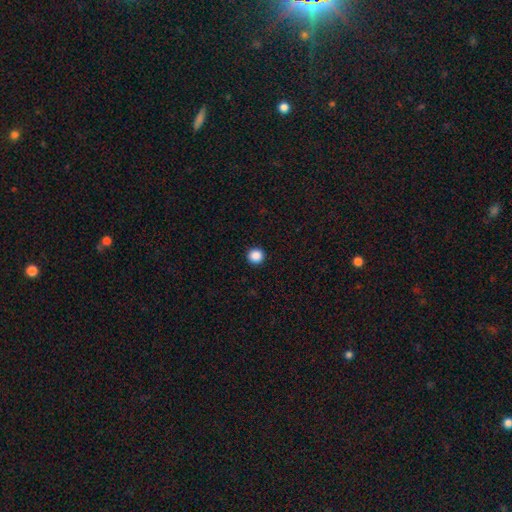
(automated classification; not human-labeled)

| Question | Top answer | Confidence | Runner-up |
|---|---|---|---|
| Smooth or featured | smooth | 88% | star or artifact (10%) |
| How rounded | round | 96% | in between (3%) |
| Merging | none | 94% | minor disturbance (4%) |